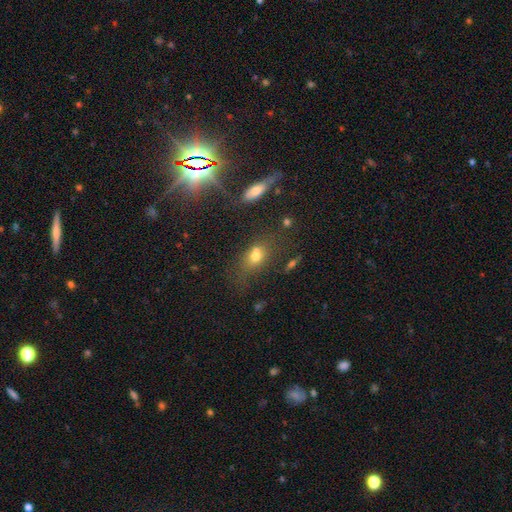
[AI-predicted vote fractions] Overall: smooth (65%). How rounded: in between (63%; round 31%). Merging: none (48%; merger 25%).